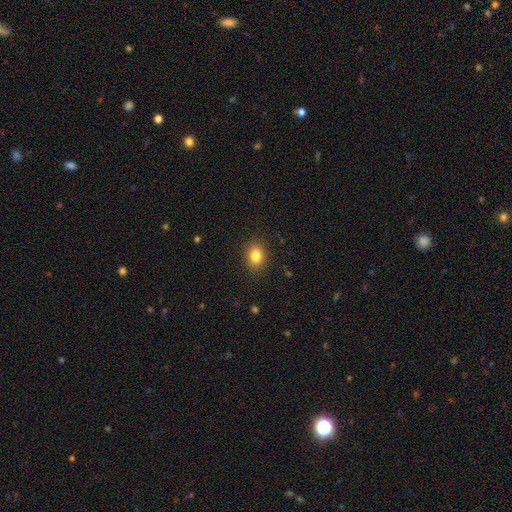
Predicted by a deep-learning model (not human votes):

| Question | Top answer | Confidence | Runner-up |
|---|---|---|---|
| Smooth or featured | smooth | 83% | star or artifact (10%) |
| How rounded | in between | 60% | round (39%) |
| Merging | none | 88% | minor disturbance (9%) |